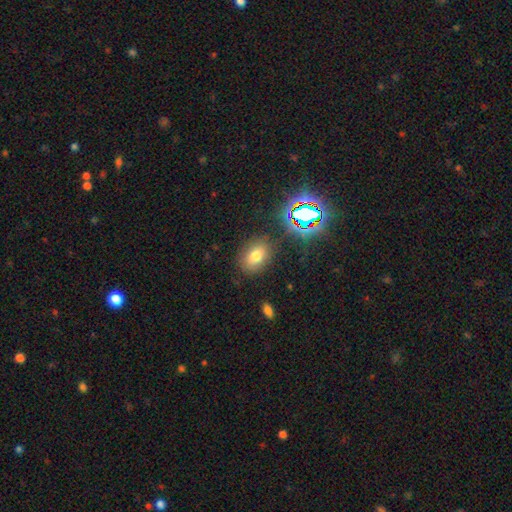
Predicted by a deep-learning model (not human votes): Smooth or featured: smooth — 70% (star or artifact — 19%)
How rounded: in between — 69% (round — 30%)
Merging: none — 82% (minor disturbance — 11%)